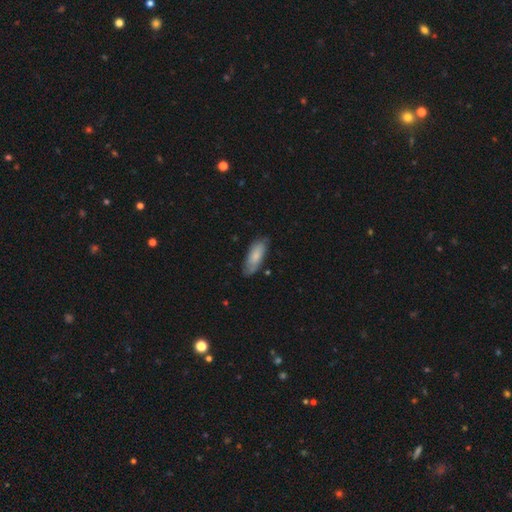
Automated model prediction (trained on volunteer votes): Overall: smooth (76%). How rounded: in between (70%). Merging: none (74%).